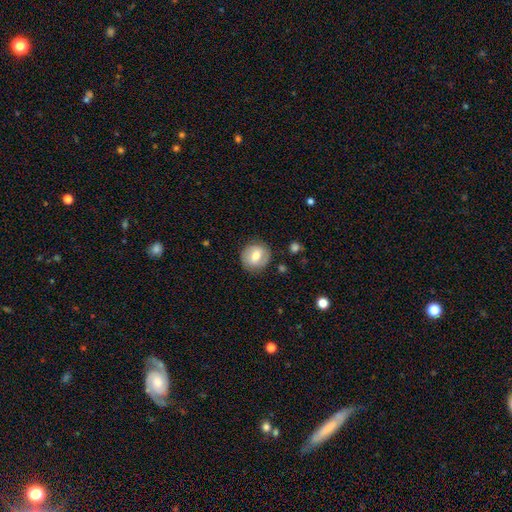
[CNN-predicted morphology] smooth_or_featured: smooth (p=0.60) [alt: featured or disk p=0.32]
how_rounded: round (p=0.82) [alt: in between p=0.17]
merging: none (p=0.83) [alt: minor disturbance p=0.12]